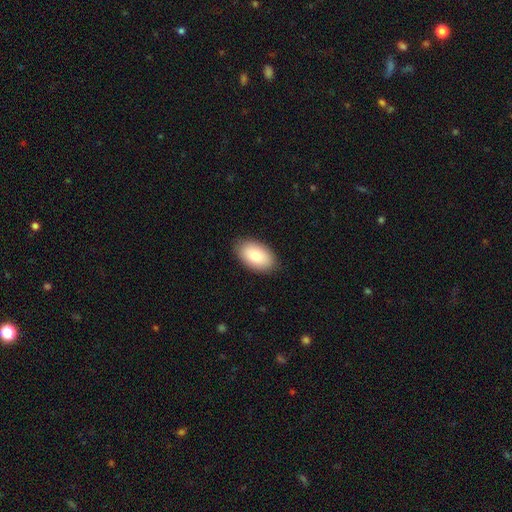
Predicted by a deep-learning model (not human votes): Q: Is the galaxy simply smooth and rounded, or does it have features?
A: smooth — 84%.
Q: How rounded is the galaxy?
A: in between — 94%.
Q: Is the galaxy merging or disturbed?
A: none — 87%.